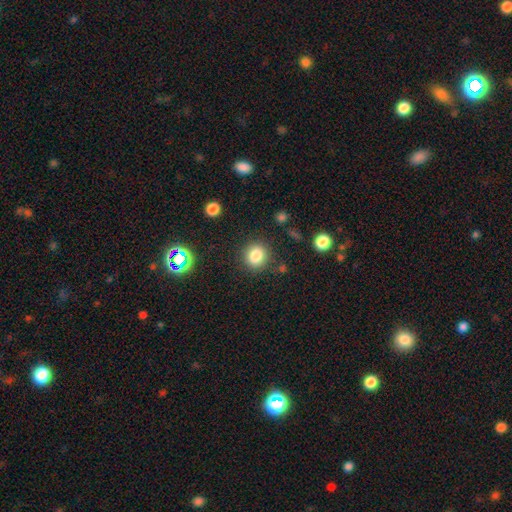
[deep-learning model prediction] Q: Smooth or featured?
A: smooth (83%); runner-up: star or artifact (12%)
Q: How rounded?
A: round (82%); runner-up: in between (17%)
Q: Merging?
A: none (85%); runner-up: minor disturbance (9%)